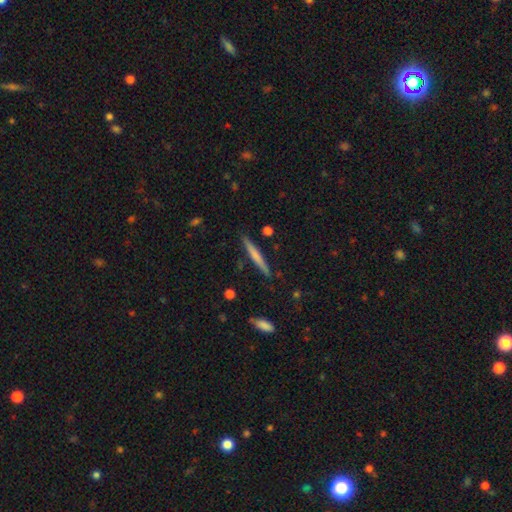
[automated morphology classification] Overall: smooth (57%; featured or disk 38%). How rounded: cigar-shaped (96%). Merging: none (88%).